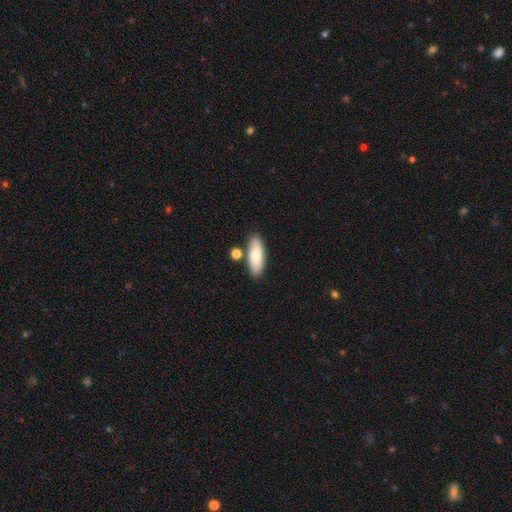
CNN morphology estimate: Smooth or featured? smooth (78%)
How rounded? in between (66%)
Merging? none (75%)